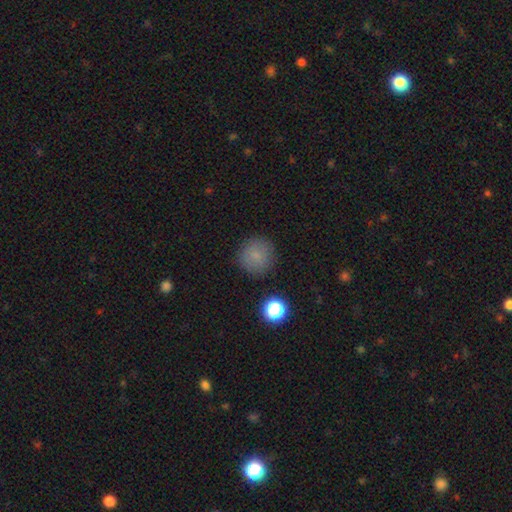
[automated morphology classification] Q: Smooth or featured?
A: smooth (80%); runner-up: star or artifact (12%)
Q: How rounded?
A: round (94%); runner-up: in between (5%)
Q: Merging?
A: none (87%); runner-up: minor disturbance (8%)